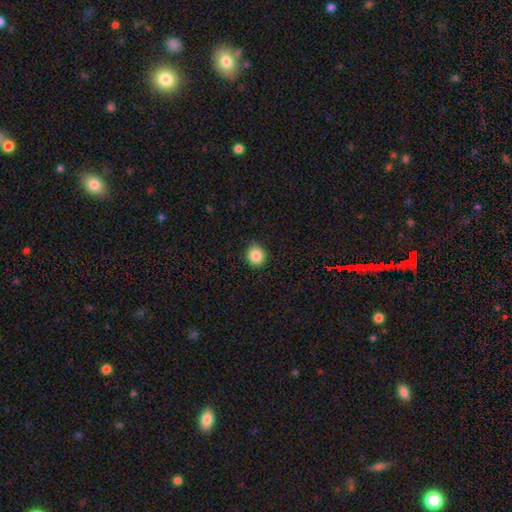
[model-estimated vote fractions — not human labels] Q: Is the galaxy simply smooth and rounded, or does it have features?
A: smooth — 86%.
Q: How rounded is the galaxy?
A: round — 83%.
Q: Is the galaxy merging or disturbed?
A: none — 86%.